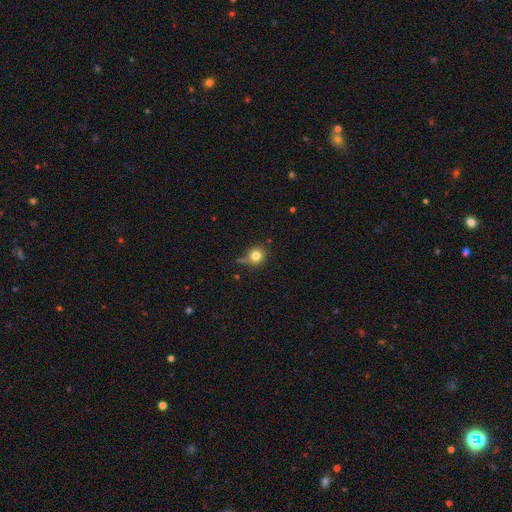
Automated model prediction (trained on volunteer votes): Smooth or featured?
  - smooth: 80% *
  - star or artifact: 11%
  - featured or disk: 9%
How rounded?
  - round: 87% *
  - in between: 12%
  - cigar-shaped: 1%
Merging?
  - none: 60% *
  - minor disturbance: 22%
  - major disturbance: 10%
  - merger: 8%